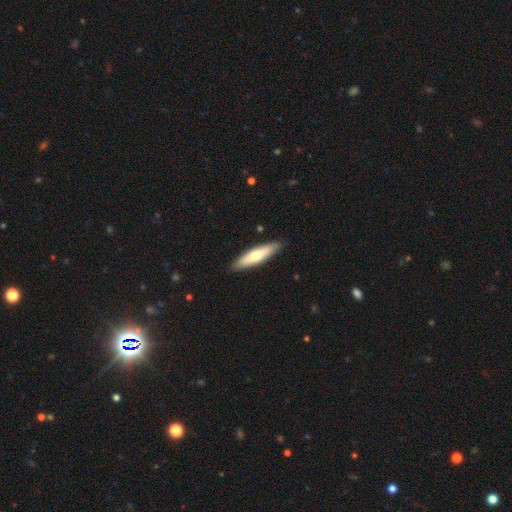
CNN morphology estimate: A smooth galaxy with no disk features (60%) that is cigar-shaped (75%).

Vote fractions:
- Smooth or featured? smooth: 60% / featured or disk: 35% / star or artifact: 5%
- How rounded? cigar-shaped: 75% / in between: 23% / round: 2%
- Merging? none: 90% / minor disturbance: 8% / major disturbance: 1% / merger: 1%